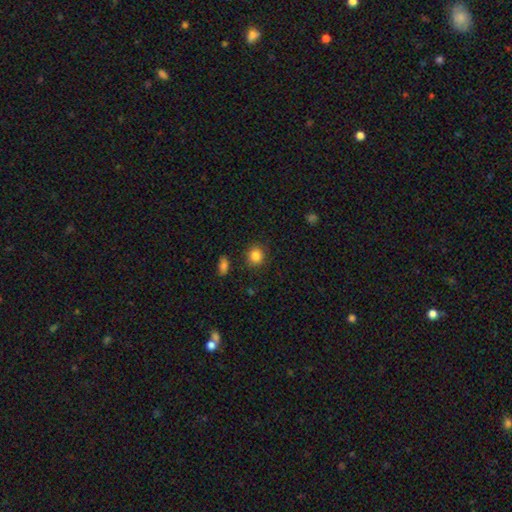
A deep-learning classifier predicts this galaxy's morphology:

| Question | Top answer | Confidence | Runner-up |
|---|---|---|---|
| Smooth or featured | smooth | 85% | star or artifact (10%) |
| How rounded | round | 82% | in between (17%) |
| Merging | none | 88% | minor disturbance (8%) |